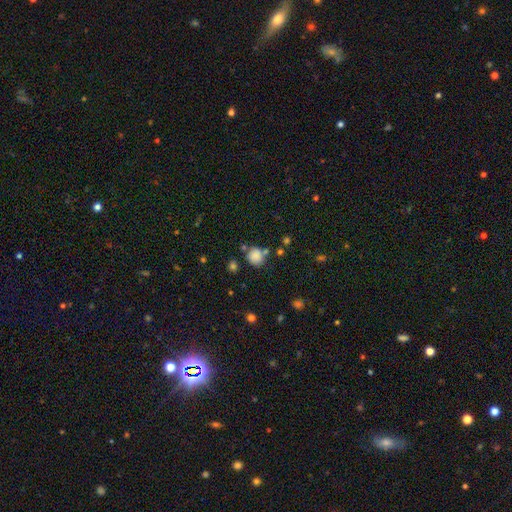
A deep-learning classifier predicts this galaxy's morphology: smooth 82%, star or artifact 11%, featured or disk 6%. Down the decision tree: how rounded — round (77%); merging — none (65%).